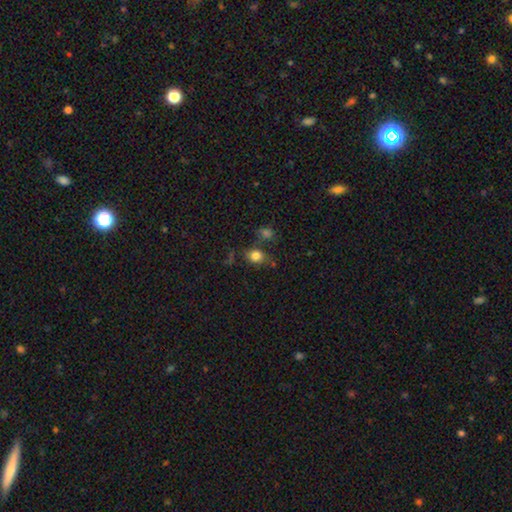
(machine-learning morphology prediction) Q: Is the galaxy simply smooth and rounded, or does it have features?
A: smooth — 80%.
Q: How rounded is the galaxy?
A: round — 55%.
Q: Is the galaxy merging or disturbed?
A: none — 67%.